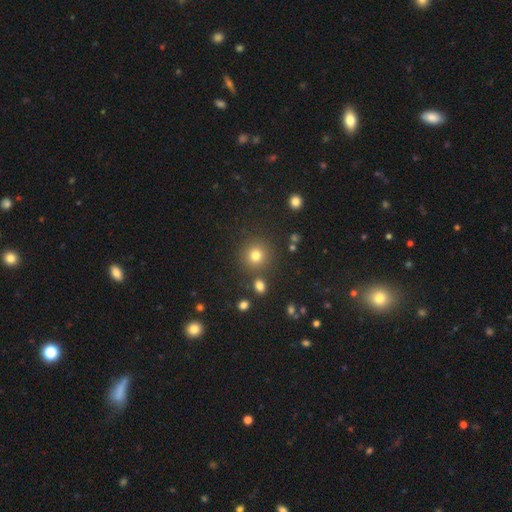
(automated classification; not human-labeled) Smooth or featured? smooth (79%)
How rounded? round (92%)
Merging? none (84%)